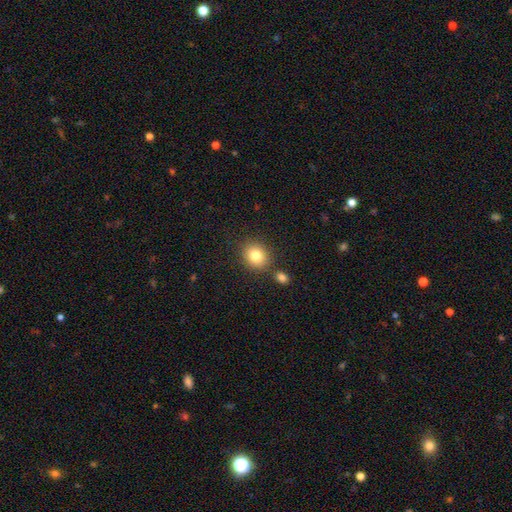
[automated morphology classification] This appears to be a smooth galaxy with no disk features (82%) that is round (74%). Merging: none (79%).